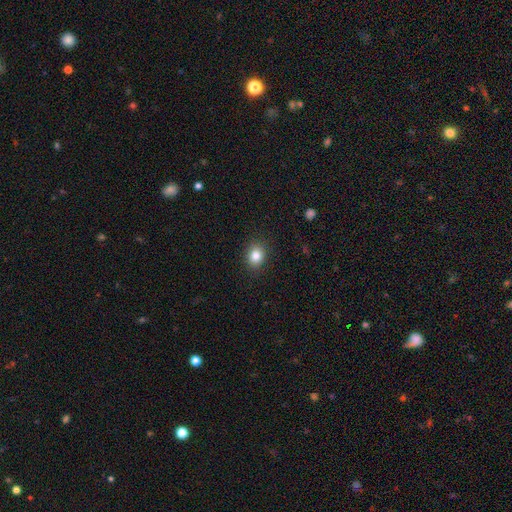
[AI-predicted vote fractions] smooth-or-featured: smooth: 84% | star or artifact: 10% | featured or disk: 6%
  how-rounded: round: 52% | in between: 47% | cigar-shaped: 1%
  merging: none: 89% | minor disturbance: 8% | major disturbance: 2% | merger: 1%